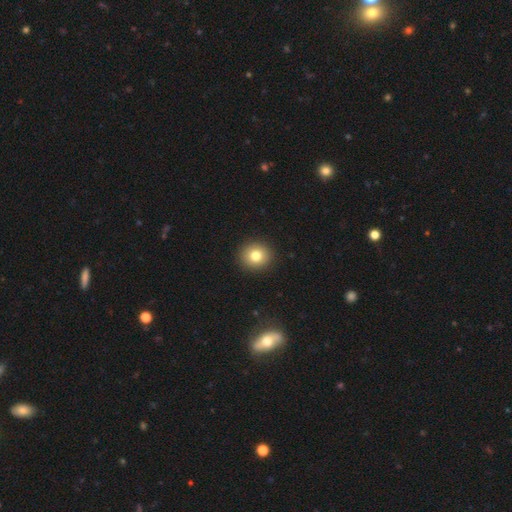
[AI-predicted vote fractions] Overall: smooth (79%). How rounded: round (88%). Merging: none (92%).